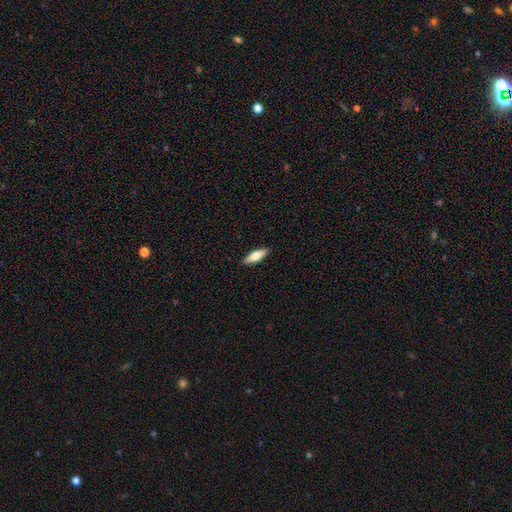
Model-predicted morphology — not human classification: smooth 60%, featured or disk 34%, star or artifact 6%. Down the decision tree: how rounded — cigar-shaped (52%); merging — none (90%).